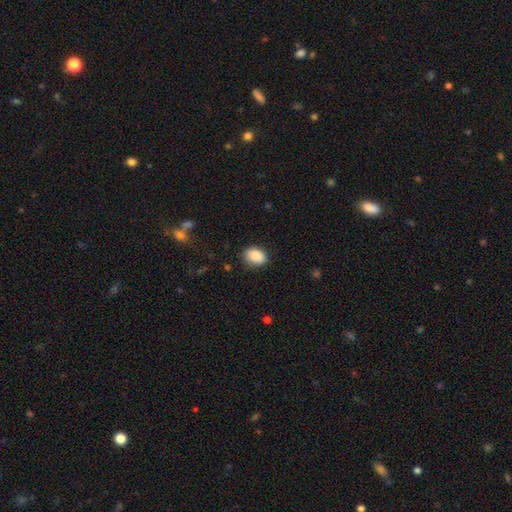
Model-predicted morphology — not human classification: smooth-or-featured: smooth: 88% | star or artifact: 7% | featured or disk: 4%
  how-rounded: in between: 73% | round: 26% | cigar-shaped: 1%
  merging: none: 84% | minor disturbance: 12% | major disturbance: 3% | merger: 1%